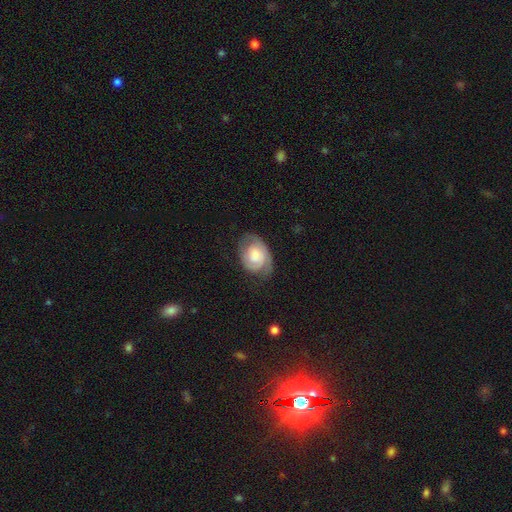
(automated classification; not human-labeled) featured or disk 59%, smooth 34%, star or artifact 6%. Down the decision tree: edge-on disk — no (97%); bar — no (72%); spiral arms — yes (86%); bulge size — small (39%); merging — none (59%).